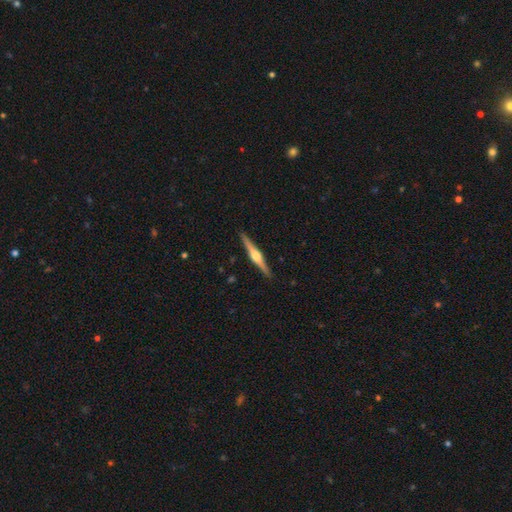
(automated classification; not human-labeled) smooth-or-featured: featured or disk: 80% | smooth: 16% | star or artifact: 5%
  disk-edge-on: yes: 98% | no: 2%
    edge-on-bulge: rounded: 92% | boxy: 5% | none: 3%
  merging: none: 92% | minor disturbance: 6% | major disturbance: 1% | merger: 1%